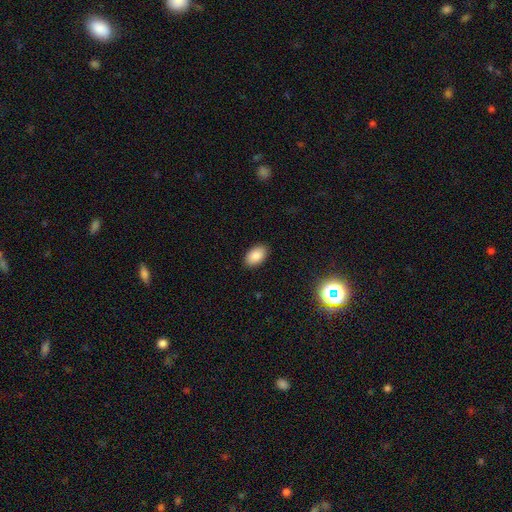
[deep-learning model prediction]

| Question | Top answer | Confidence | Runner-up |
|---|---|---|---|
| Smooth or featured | smooth | 87% | star or artifact (8%) |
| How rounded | in between | 93% | round (6%) |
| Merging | none | 89% | minor disturbance (8%) |